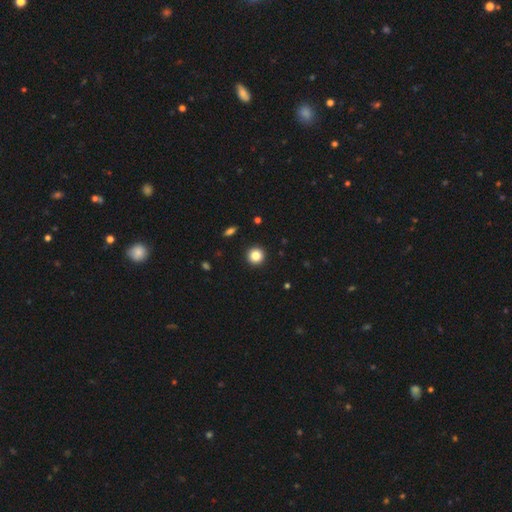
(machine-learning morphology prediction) Smooth or featured?
  - smooth: 84% *
  - star or artifact: 11%
  - featured or disk: 5%
How rounded?
  - round: 96% *
  - in between: 3%
  - cigar-shaped: 1%
Merging?
  - none: 93% *
  - minor disturbance: 4%
  - major disturbance: 1%
  - merger: 1%